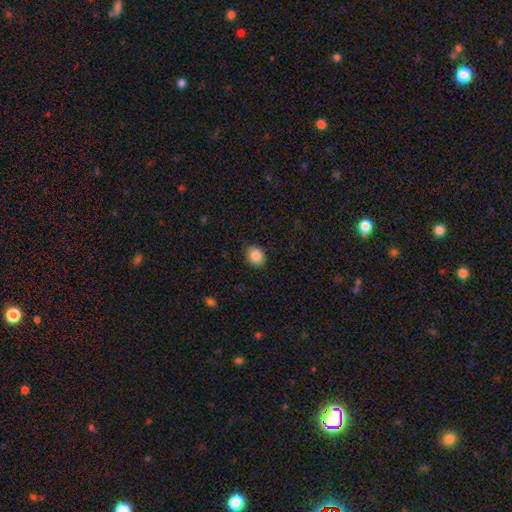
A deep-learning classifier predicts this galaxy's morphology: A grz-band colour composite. It shows a smooth galaxy with no disk features (87%) that is round (58%). Merging: none (87%).